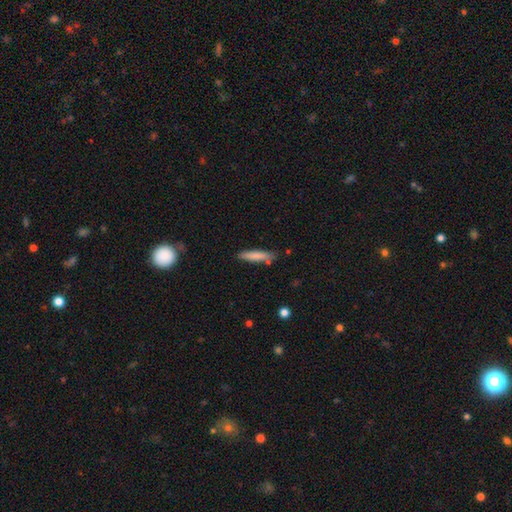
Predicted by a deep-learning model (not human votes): This appears to be a smooth galaxy with no disk features (80%) that is cigar-shaped (84%). Merging: none (81%).